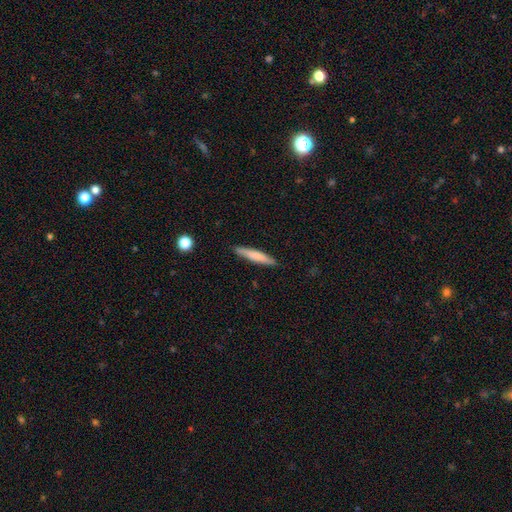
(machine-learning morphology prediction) Smooth or featured? smooth (70%)
How rounded? cigar-shaped (92%)
Merging? none (89%)